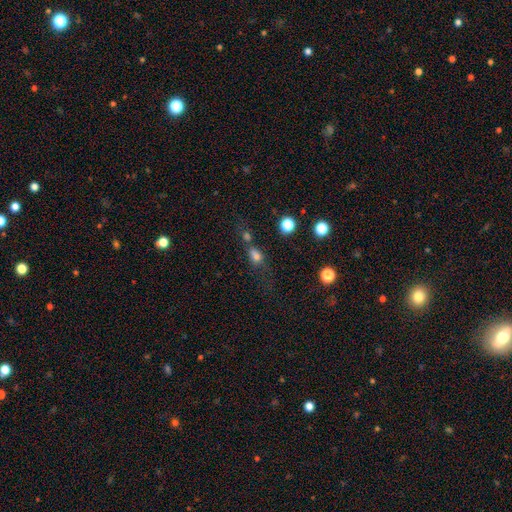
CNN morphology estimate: type=smooth (72%); roundness=in between (62%); merging=none (40%).